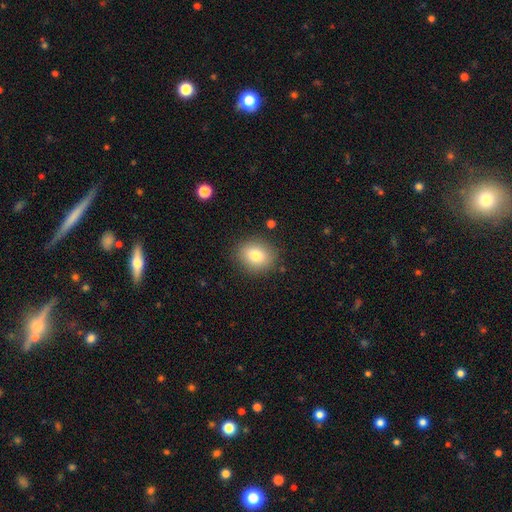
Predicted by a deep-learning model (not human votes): Smooth or featured: smooth — 79% (featured or disk — 11%)
How rounded: round — 62% (in between — 37%)
Merging: none — 86% (minor disturbance — 10%)